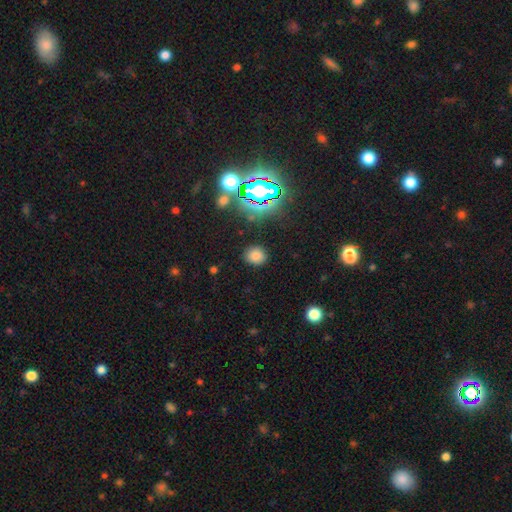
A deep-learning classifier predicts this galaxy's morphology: Smooth or featured? Predicted: smooth (p=0.75). How rounded? Predicted: round (p=0.74). Merging? Predicted: none (p=0.86).